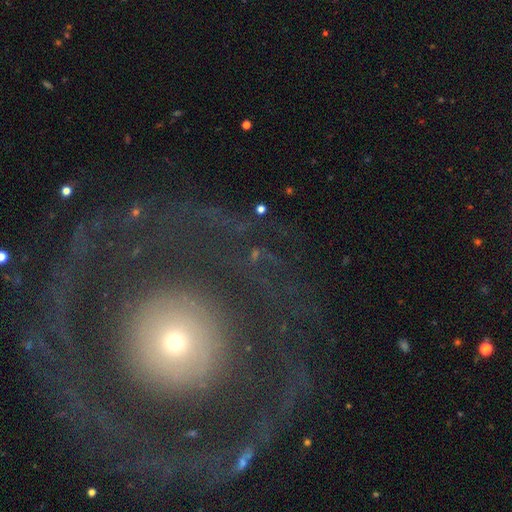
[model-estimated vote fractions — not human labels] Smooth or featured?
  - featured or disk: 54% *
  - smooth: 34%
  - star or artifact: 12%
Edge-on disk?
  - no: 94% *
  - yes: 6%
Bar?
  - no: 87% *
  - weak: 8%
  - strong: 4%
Spiral arms?
  - no: 56% *
  - yes: 44%
Bulge size?
  - small: 63% *
  - moderate: 28%
  - large: 5%
  - dominant: 3%
  - none: 1%
Merging?
  - none: 66% *
  - major disturbance: 22%
  - minor disturbance: 9%
  - merger: 3%